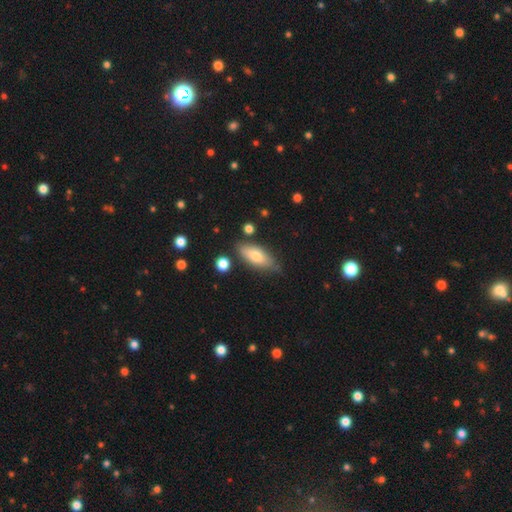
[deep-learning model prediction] A smooth galaxy with no disk features (69%) that is in between round and cigar-shaped (74%).

Vote fractions:
- Smooth or featured? smooth: 69% / featured or disk: 25% / star or artifact: 6%
- How rounded? in between: 74% / cigar-shaped: 23% / round: 3%
- Merging? none: 75% / minor disturbance: 18% / merger: 4% / major disturbance: 4%